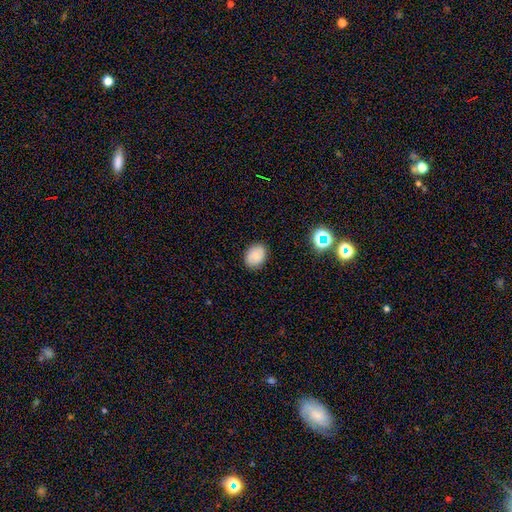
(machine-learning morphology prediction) Smooth or featured: smooth — 80% (featured or disk — 10%)
How rounded: in between — 65% (round — 34%)
Merging: none — 87% (minor disturbance — 9%)